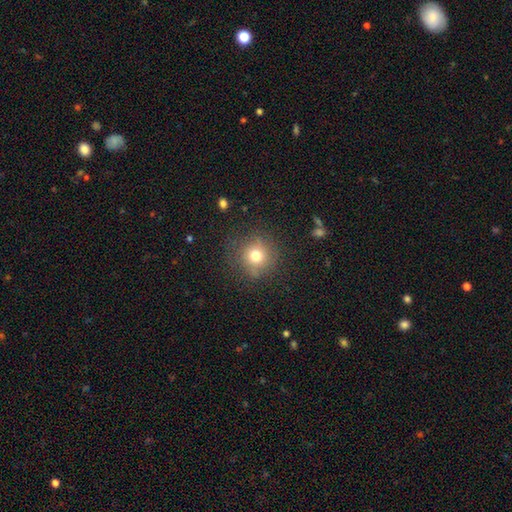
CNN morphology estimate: Smooth or featured: smooth — 74% (star or artifact — 15%)
How rounded: round — 92% (in between — 7%)
Merging: none — 81% (minor disturbance — 12%)